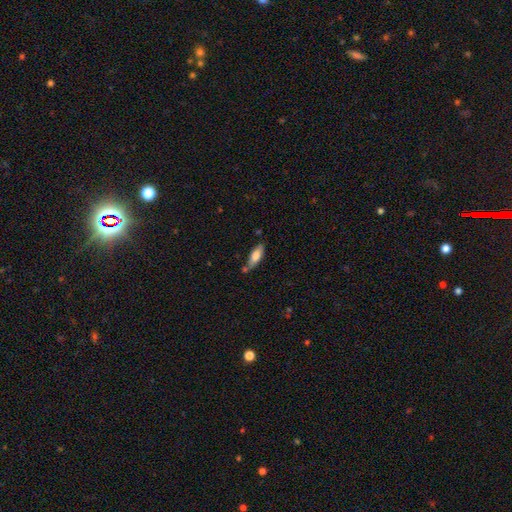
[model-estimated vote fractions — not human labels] Q: Smooth or featured?
A: smooth (72%); runner-up: featured or disk (22%)
Q: How rounded?
A: in between (62%); runner-up: cigar-shaped (36%)
Q: Merging?
A: none (65%); runner-up: minor disturbance (20%)